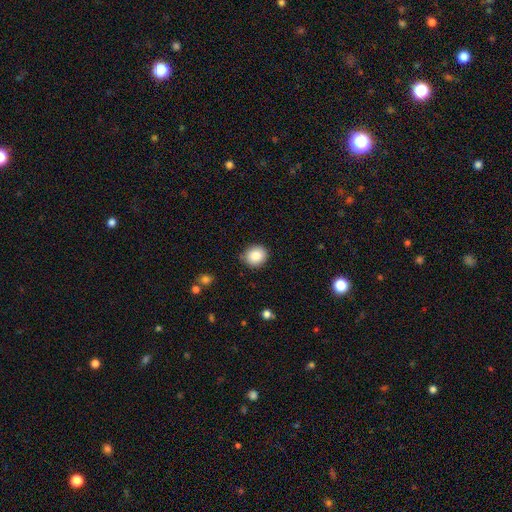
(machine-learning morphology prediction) smooth 86%, star or artifact 8%, featured or disk 6%. Down the decision tree: how rounded — round (74%); merging — none (83%).